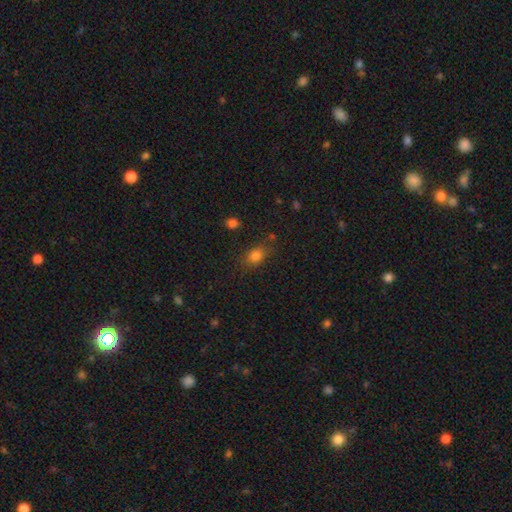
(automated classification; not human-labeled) A smooth galaxy with no disk features (79%) that is in between round and cigar-shaped (66%). Merging: none (72%).